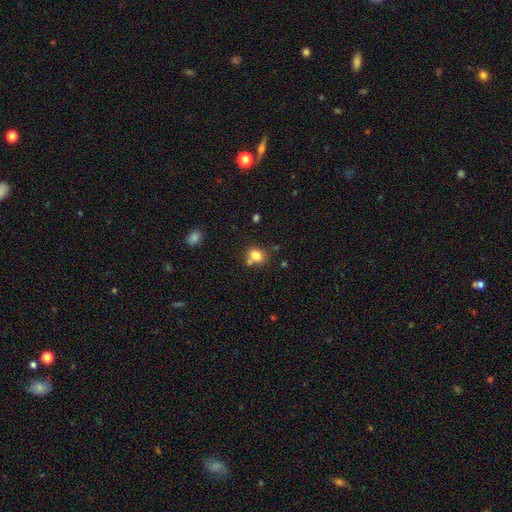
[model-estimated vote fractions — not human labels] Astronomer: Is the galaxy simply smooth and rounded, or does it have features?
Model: smooth — 80%.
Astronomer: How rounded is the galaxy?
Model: round — 68%.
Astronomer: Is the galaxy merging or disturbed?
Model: none — 60%.